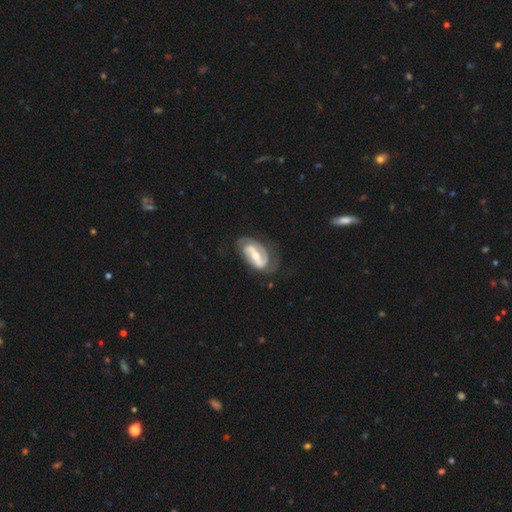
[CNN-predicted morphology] Q: Smooth or featured?
A: featured or disk (86%); runner-up: smooth (10%)
Q: Edge-on disk?
A: no (96%); runner-up: yes (4%)
Q: Bar?
A: strong (52%); runner-up: weak (31%)
Q: Spiral arms?
A: yes (93%); runner-up: no (7%)
Q: Spiral winding?
A: tight (44%); runner-up: medium (40%)
Q: Spiral arm count?
A: 2 (79%); runner-up: can't tell (8%)
Q: Bulge size?
A: moderate (60%); runner-up: small (33%)
Q: Merging?
A: none (65%); runner-up: minor disturbance (20%)